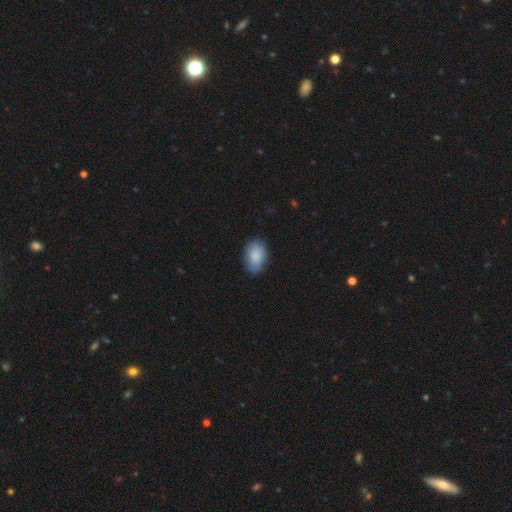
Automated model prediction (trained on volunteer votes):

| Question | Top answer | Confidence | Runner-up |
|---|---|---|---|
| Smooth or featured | smooth | 86% | featured or disk (8%) |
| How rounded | in between | 91% | round (7%) |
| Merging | none | 79% | minor disturbance (17%) |